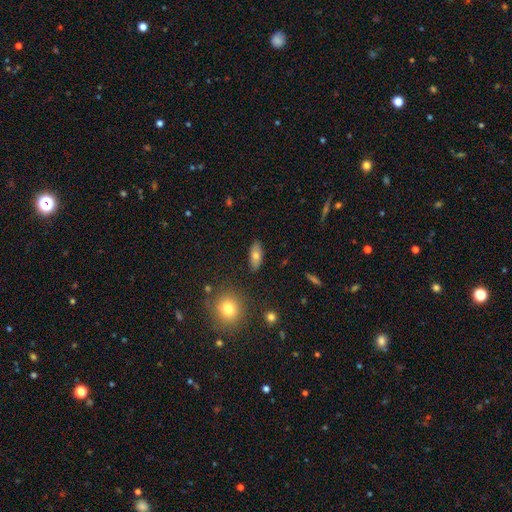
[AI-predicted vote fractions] Smooth or featured? smooth (69%)
How rounded? in between (83%)
Merging? none (87%)